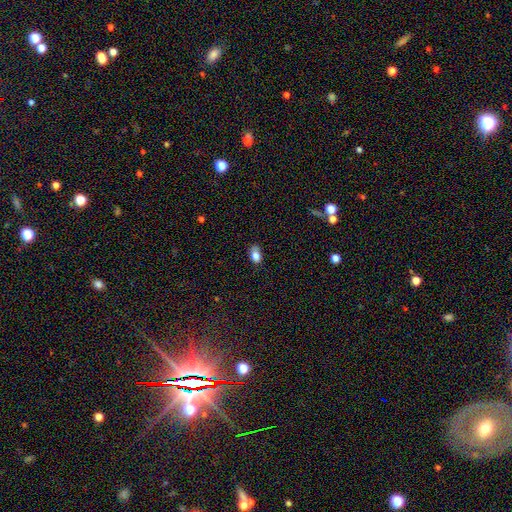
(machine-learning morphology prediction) A smooth galaxy with no disk features (81%) that is in between round and cigar-shaped (86%). Merging: none (70%).